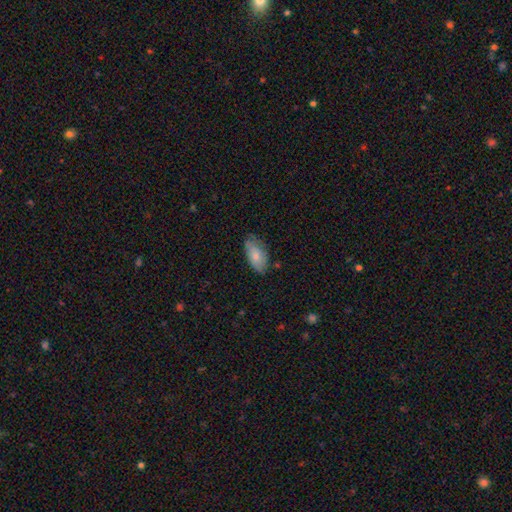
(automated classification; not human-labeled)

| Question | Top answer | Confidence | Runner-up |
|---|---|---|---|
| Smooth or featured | smooth | 77% | featured or disk (17%) |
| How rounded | in between | 93% | cigar-shaped (5%) |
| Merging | none | 63% | minor disturbance (29%) |